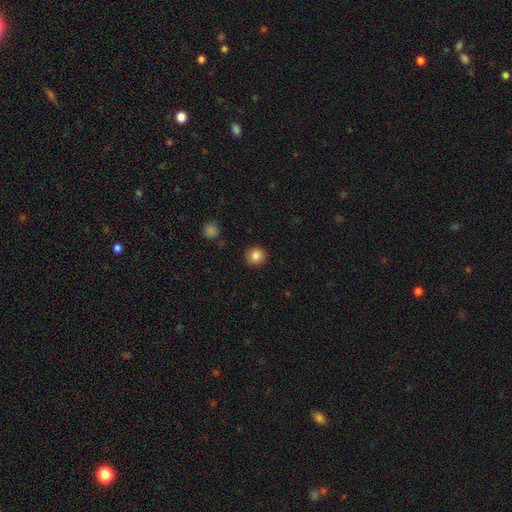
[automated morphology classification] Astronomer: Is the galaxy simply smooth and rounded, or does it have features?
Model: smooth — 85%.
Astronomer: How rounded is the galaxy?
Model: round — 91%.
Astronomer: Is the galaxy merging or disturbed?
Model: none — 90%.